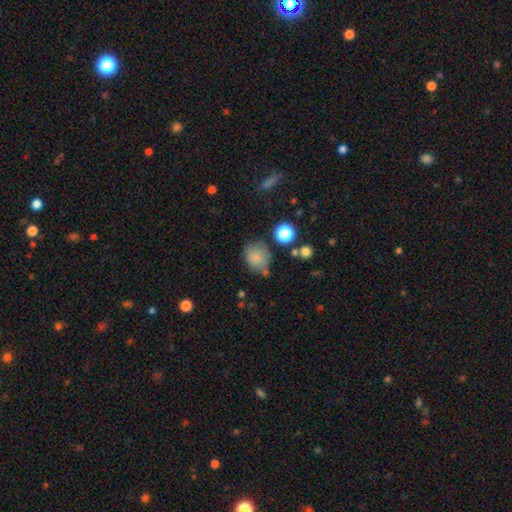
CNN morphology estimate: A smooth galaxy with no disk features (78%) that is round (69%).

Vote fractions:
- Smooth or featured? smooth: 78% / star or artifact: 12% / featured or disk: 10%
- How rounded? round: 69% / in between: 30% / cigar-shaped: 1%
- Merging? none: 58% / minor disturbance: 24% / merger: 9% / major disturbance: 9%